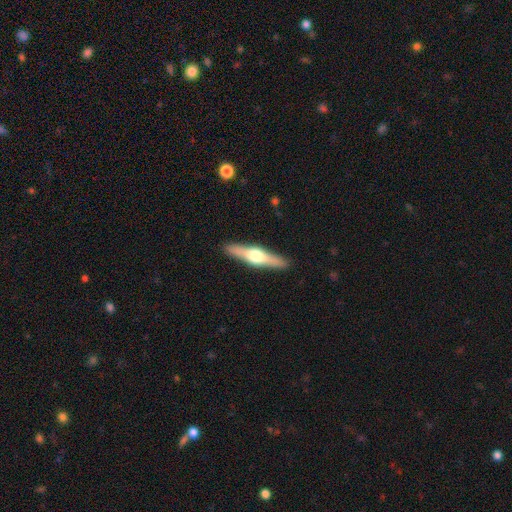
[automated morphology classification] A featured or disk galaxy (64%) viewed edge-on (96%) with a rounded central bulge (93%). Merging: none (91%).